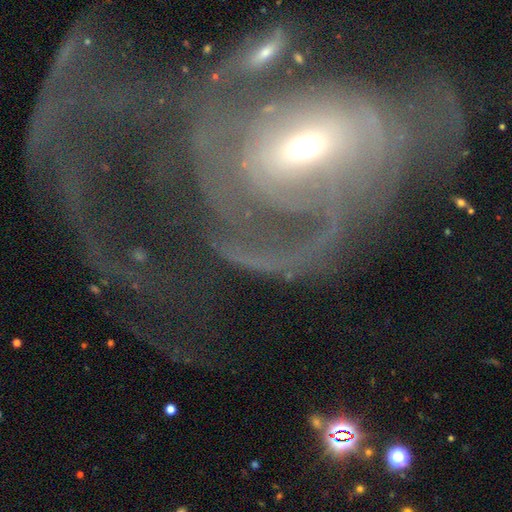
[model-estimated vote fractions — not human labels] Morphology: type=featured or disk (74%); edge-on=no (95%); bar=no (46%); spiral arms=yes (72%); winding=medium (35%); arm count=2 (40%); bulge=moderate (53%); merging=major disturbance (44%).